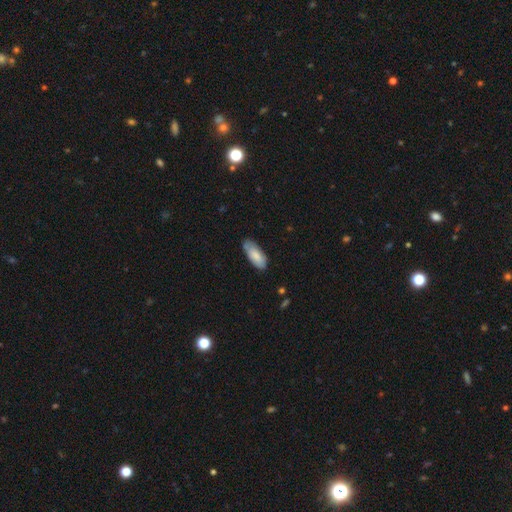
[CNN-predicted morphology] Q: Smooth or featured?
A: smooth (79%); runner-up: featured or disk (15%)
Q: How rounded?
A: in between (82%); runner-up: cigar-shaped (16%)
Q: Merging?
A: none (67%); runner-up: minor disturbance (26%)